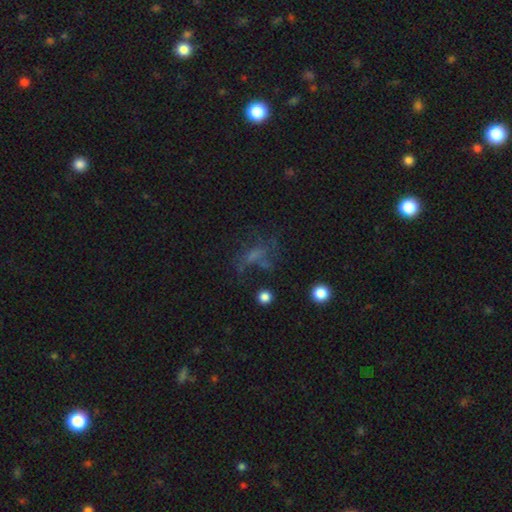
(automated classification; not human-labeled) smooth_or_featured: smooth (p=0.36) [alt: featured or disk p=0.32]
merging: none (p=0.44) [alt: major disturbance p=0.30]